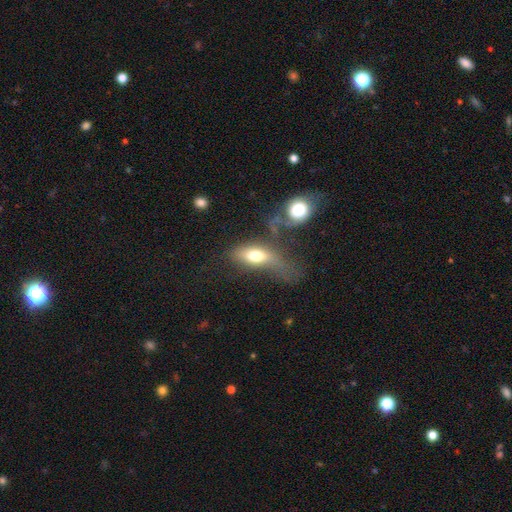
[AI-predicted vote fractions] Smooth or featured: smooth — 66% (featured or disk — 26%)
How rounded: in between — 80% (cigar-shaped — 13%)
Merging: major disturbance — 38% (none — 25%)